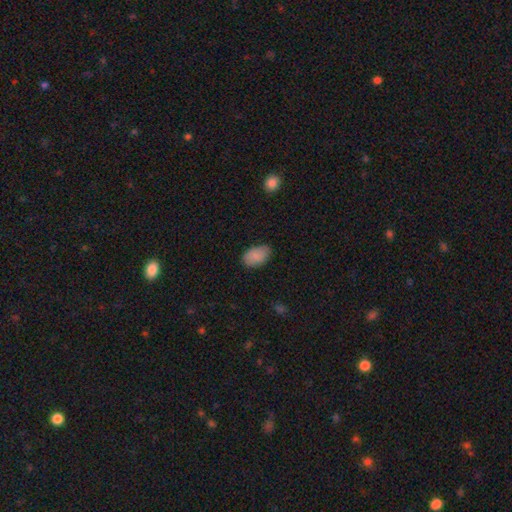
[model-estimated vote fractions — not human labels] The model was most divided on "merging": none: 81%, minor disturbance: 15%, major disturbance: 3%, merger: 1%. More confident: how rounded — in between (92%); smooth or featured — smooth (88%).